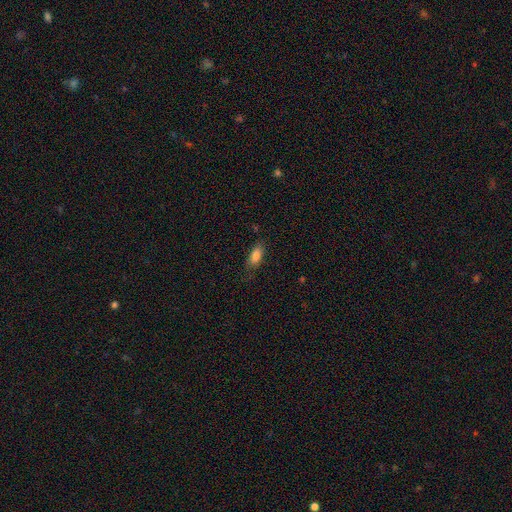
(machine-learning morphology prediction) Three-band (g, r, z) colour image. It shows a smooth galaxy with no disk features (82%) that is in between round and cigar-shaped (81%). Merging: none (70%).